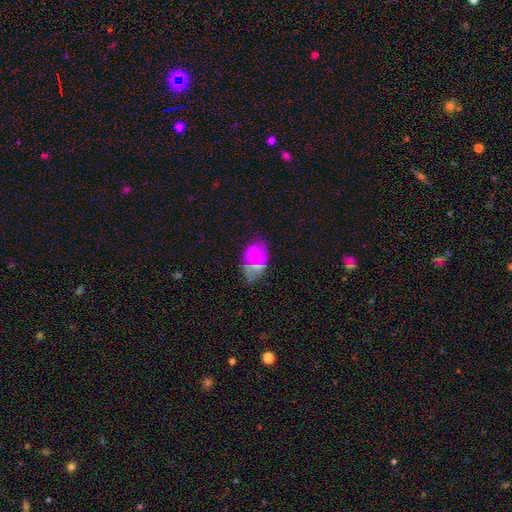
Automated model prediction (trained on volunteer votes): Smooth or featured? Predicted: featured or disk (p=0.54). Edge-on disk? Predicted: no (p=0.97). Bar? Predicted: no (p=0.45). Spiral arms? Predicted: yes (p=0.74). Bulge size? Predicted: small (p=0.36). Merging? Predicted: none (p=0.54).